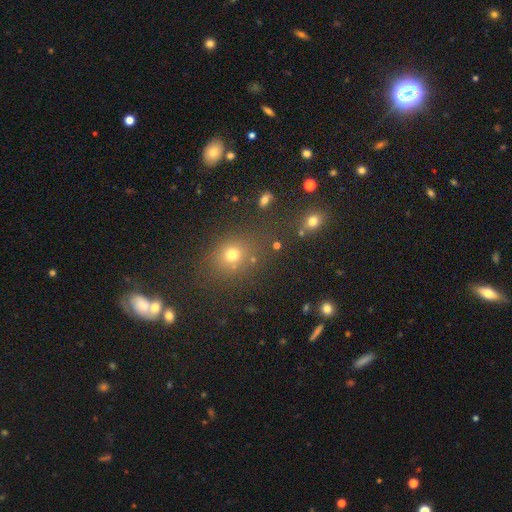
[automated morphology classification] smooth_or_featured: smooth (p=0.49) [alt: star or artifact p=0.43]
merging: none (p=0.81) [alt: minor disturbance p=0.08]